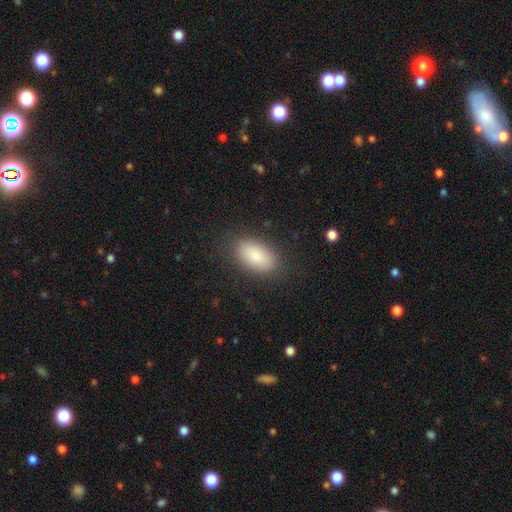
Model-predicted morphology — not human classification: smooth 85%, featured or disk 8%, star or artifact 7%. Down the decision tree: how rounded — in between (93%); merging — none (85%).